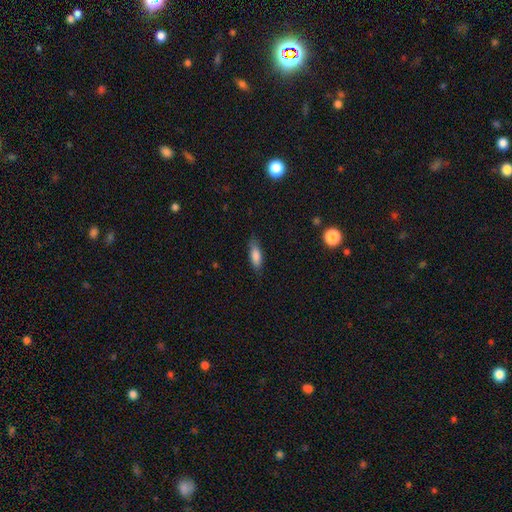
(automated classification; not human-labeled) Overall: smooth (84%). How rounded: in between (64%; cigar-shaped 33%). Merging: none (81%).